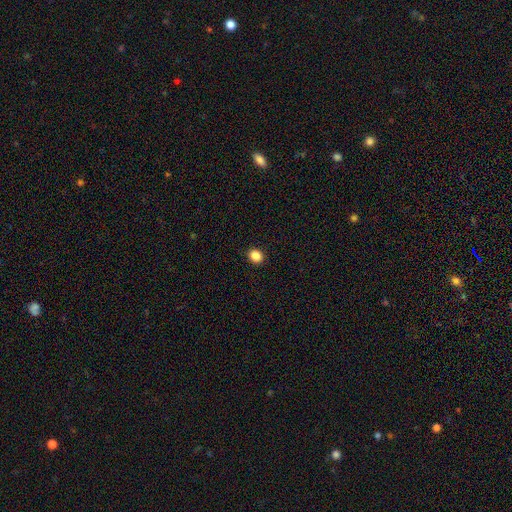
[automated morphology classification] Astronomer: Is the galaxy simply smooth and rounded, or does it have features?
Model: smooth — 87%.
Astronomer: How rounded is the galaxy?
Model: round — 60% (runner-up: in between, 39%).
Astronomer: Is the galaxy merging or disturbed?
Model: none — 92%.